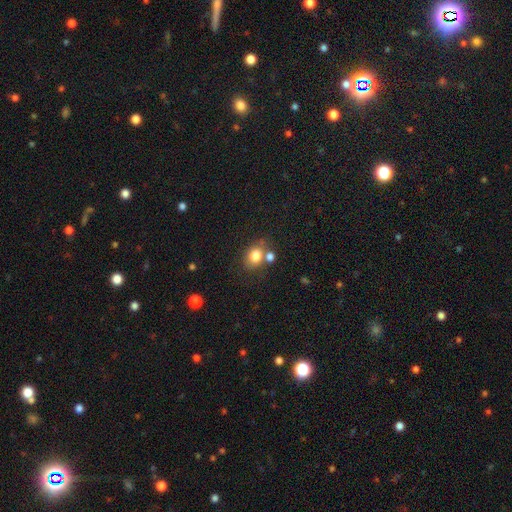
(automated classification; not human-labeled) smooth-or-featured: smooth: 80% | star or artifact: 11% | featured or disk: 9%
  how-rounded: round: 51% | in between: 48% | cigar-shaped: 1%
  merging: none: 60% | merger: 23% | minor disturbance: 13% | major disturbance: 5%